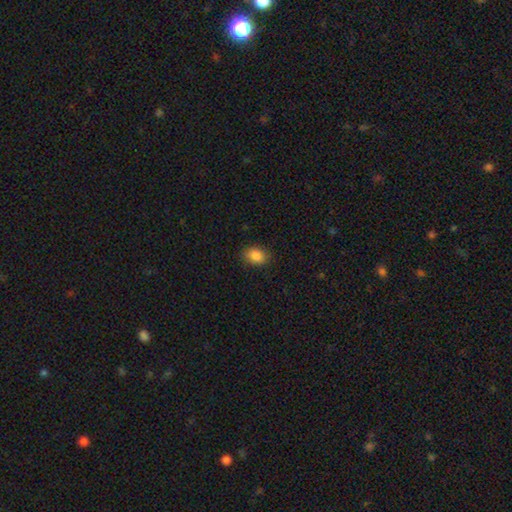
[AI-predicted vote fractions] Morphology: type=smooth (86%); roundness=in between (74%); merging=none (86%).